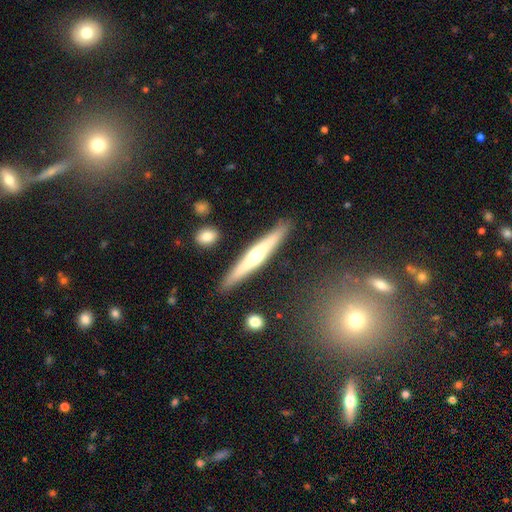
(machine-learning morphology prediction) This is likely a featured or disk galaxy (60%). It is clearly viewed edge-on (95%). Edge-on bulge: clearly rounded (83%). Merging: clearly none (89%).